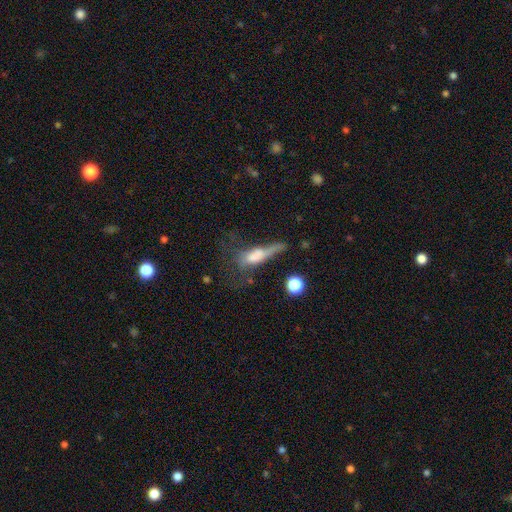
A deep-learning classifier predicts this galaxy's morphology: smooth_or_featured: smooth (p=0.49) [alt: featured or disk p=0.37]
merging: major disturbance (p=0.45) [alt: none p=0.22]